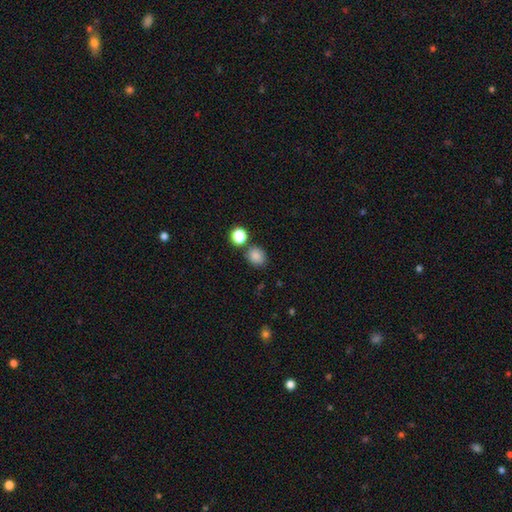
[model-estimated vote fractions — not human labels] smooth-or-featured: smooth: 84% | star or artifact: 12% | featured or disk: 5%
  how-rounded: round: 64% | in between: 35% | cigar-shaped: 1%
  merging: none: 75% | minor disturbance: 12% | merger: 10% | major disturbance: 3%